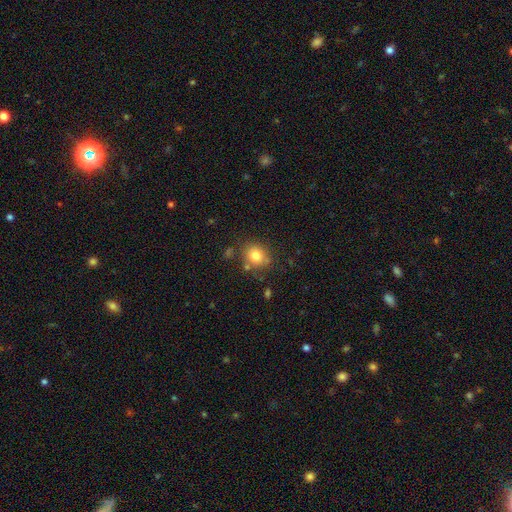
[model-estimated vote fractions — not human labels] Smooth or featured?
  - smooth: 80% *
  - star or artifact: 11%
  - featured or disk: 9%
How rounded?
  - round: 73% *
  - in between: 27%
  - cigar-shaped: 1%
Merging?
  - none: 75% *
  - minor disturbance: 14%
  - merger: 7%
  - major disturbance: 4%